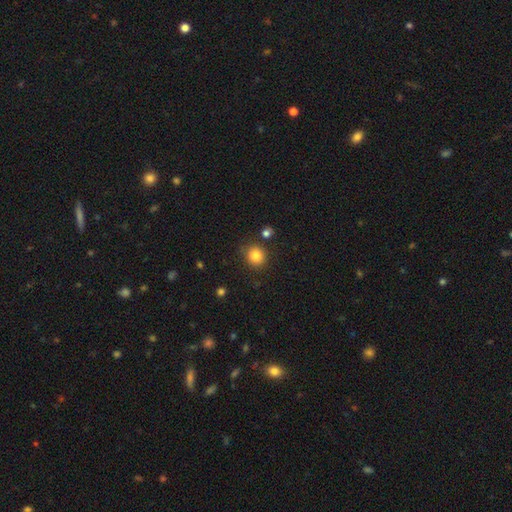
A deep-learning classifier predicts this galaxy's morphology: Smooth or featured? Predicted: smooth (p=0.83). How rounded? Predicted: round (p=0.87). Merging? Predicted: none (p=0.84).